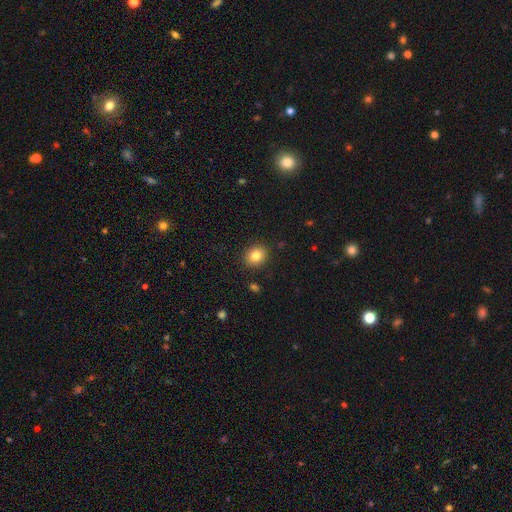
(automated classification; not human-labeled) Smooth or featured?
  - smooth: 83% *
  - star or artifact: 10%
  - featured or disk: 7%
How rounded?
  - round: 65% *
  - in between: 35%
  - cigar-shaped: 1%
Merging?
  - none: 89% *
  - minor disturbance: 8%
  - major disturbance: 2%
  - merger: 1%